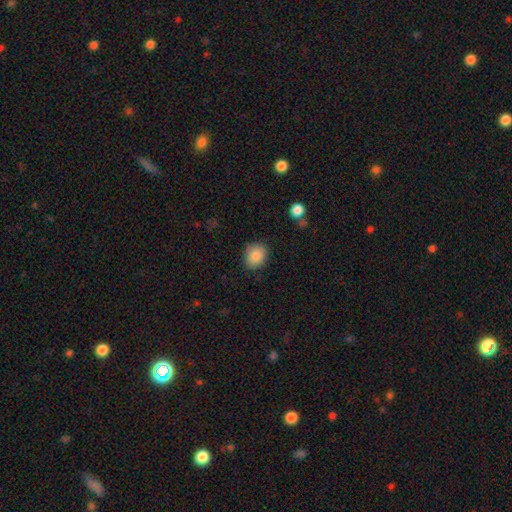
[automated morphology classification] This is clearly a smooth galaxy (86%). How rounded: possibly round (59%). Merging: clearly none (81%).